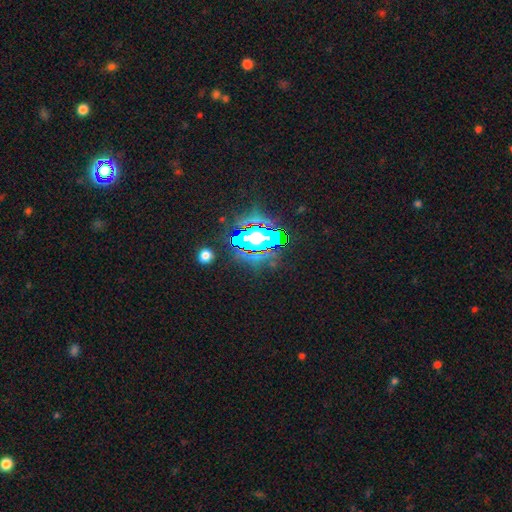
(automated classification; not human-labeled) This is clearly a star or artifact rather than a galaxy (84%).